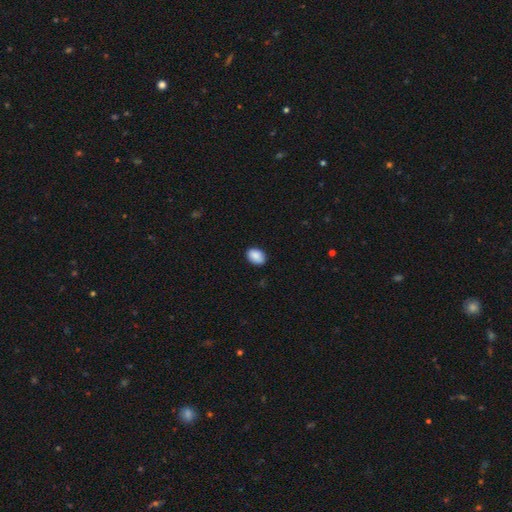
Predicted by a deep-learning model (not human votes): This is clearly a smooth galaxy (89%). How rounded: clearly in between (82%). Merging: clearly none (85%).